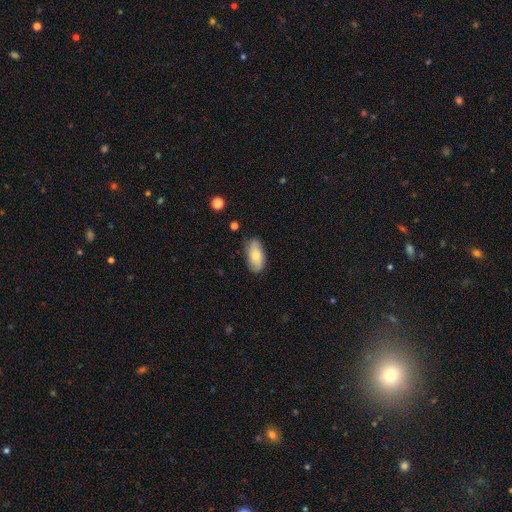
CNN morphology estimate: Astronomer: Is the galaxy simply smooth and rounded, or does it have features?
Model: smooth — 74%.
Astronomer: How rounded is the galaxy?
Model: in between — 90%.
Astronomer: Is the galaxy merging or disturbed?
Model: none — 81%.